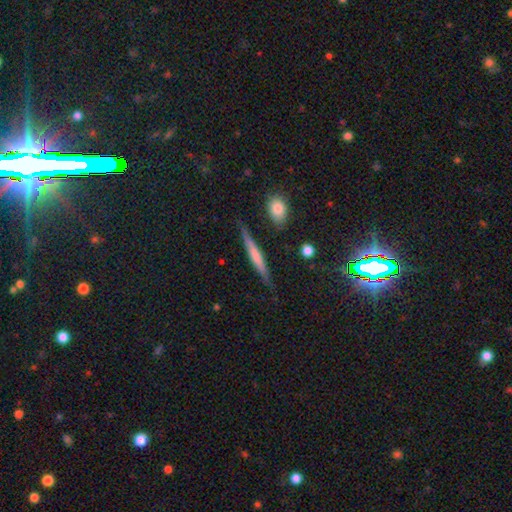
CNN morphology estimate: Smooth or featured?
  - smooth: 52% *
  - featured or disk: 42%
  - star or artifact: 6%
How rounded?
  - cigar-shaped: 93% *
  - in between: 5%
  - round: 2%
Merging?
  - none: 84% *
  - minor disturbance: 12%
  - major disturbance: 2%
  - merger: 2%